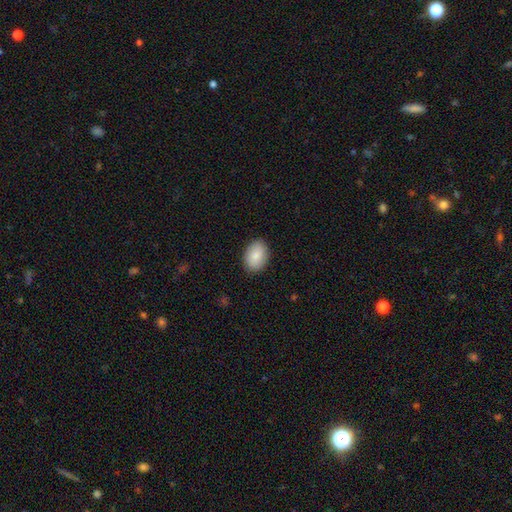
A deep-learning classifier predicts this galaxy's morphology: Smooth or featured? Predicted: smooth (p=0.86). How rounded? Predicted: in between (p=0.78). Merging? Predicted: none (p=0.88).